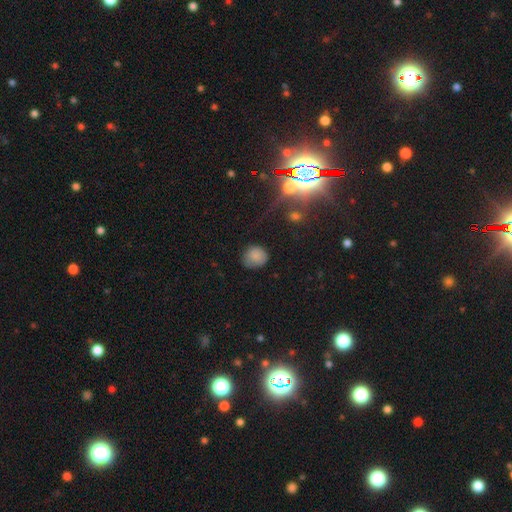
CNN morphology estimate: Smooth or featured? smooth (82%)
How rounded? round (76%)
Merging? none (73%)